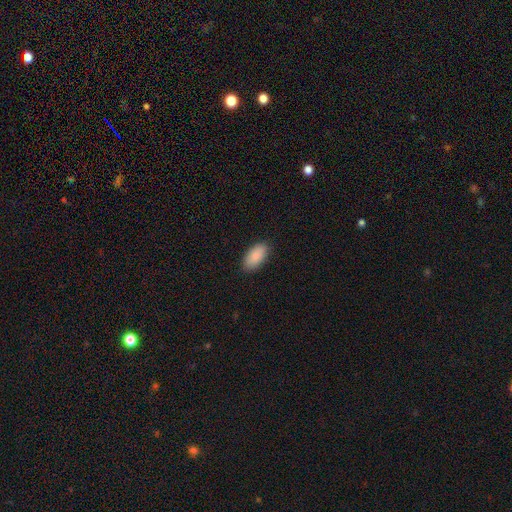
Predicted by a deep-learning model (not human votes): Smooth or featured?
  - smooth: 90% *
  - star or artifact: 6%
  - featured or disk: 4%
How rounded?
  - in between: 93% *
  - cigar-shaped: 5%
  - round: 2%
Merging?
  - none: 88% *
  - minor disturbance: 9%
  - major disturbance: 2%
  - merger: 1%